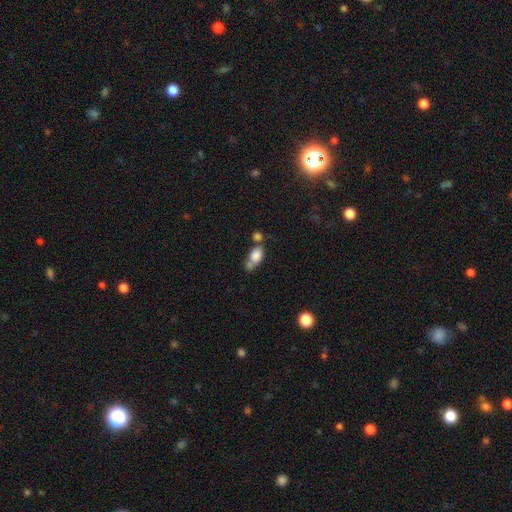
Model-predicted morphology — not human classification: A smooth galaxy with no disk features (79%) that is in between round and cigar-shaped (79%).

Vote fractions:
- Smooth or featured? smooth: 79% / featured or disk: 12% / star or artifact: 9%
- How rounded? in between: 79% / round: 17% / cigar-shaped: 4%
- Merging? merger: 44% / none: 32% / minor disturbance: 15% / major disturbance: 8%